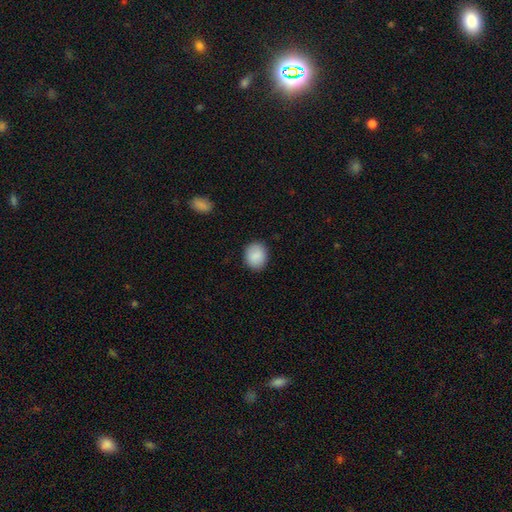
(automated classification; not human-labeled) Smooth or featured? Predicted: smooth (p=0.89). How rounded? Predicted: round (p=0.61). Merging? Predicted: none (p=0.89).